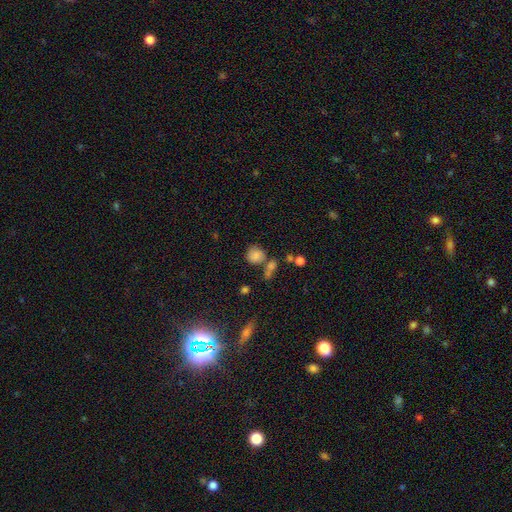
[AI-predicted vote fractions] Overall: smooth (80%). How rounded: round (81%). Merging: none (55%; merger 25%).